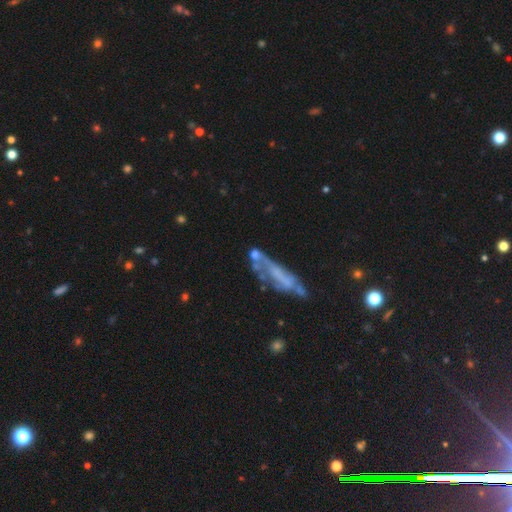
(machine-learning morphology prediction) A featured or disk galaxy (55%).

Vote fractions:
- Smooth or featured? featured or disk: 55% / smooth: 32% / star or artifact: 13%
- Edge-on disk? no: 74% / yes: 26%
- Merging? none: 34% / major disturbance: 25% / minor disturbance: 22% / merger: 19%